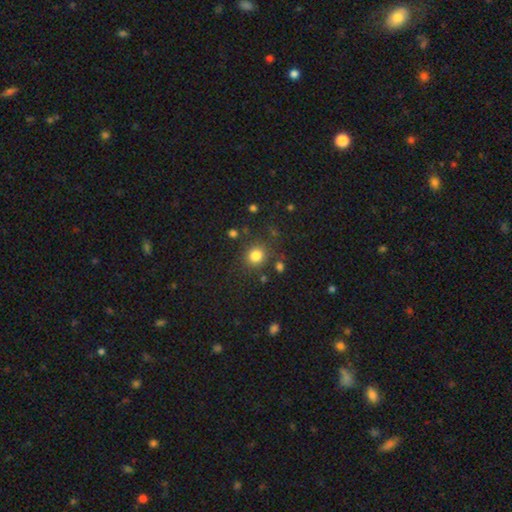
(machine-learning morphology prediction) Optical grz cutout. It shows a smooth galaxy with no disk features (82%) that is round (84%). Merging: none (82%).